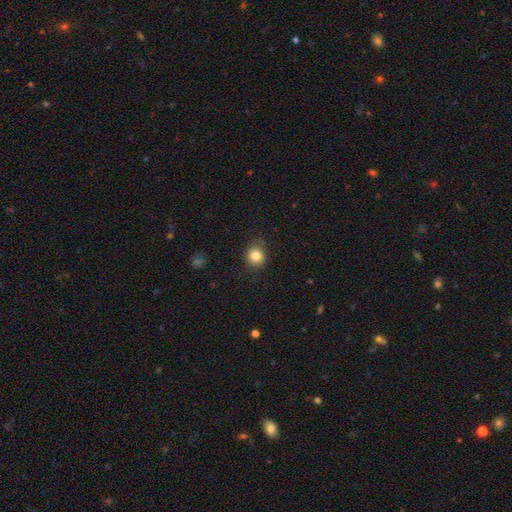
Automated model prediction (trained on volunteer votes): Q: Smooth or featured?
A: smooth (83%); runner-up: star or artifact (11%)
Q: How rounded?
A: round (79%); runner-up: in between (20%)
Q: Merging?
A: none (83%); runner-up: minor disturbance (13%)